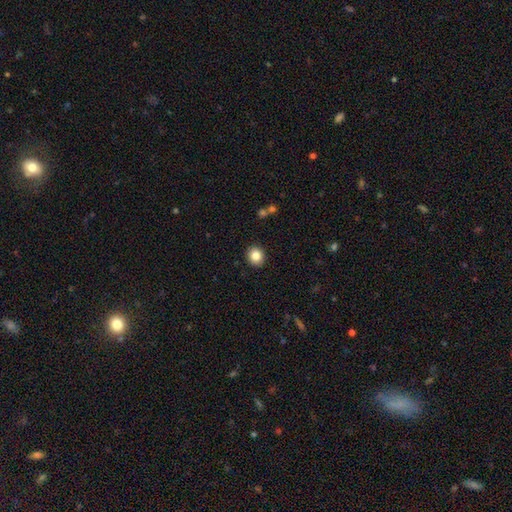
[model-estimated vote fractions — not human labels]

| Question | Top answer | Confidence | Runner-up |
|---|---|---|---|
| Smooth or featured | smooth | 83% | star or artifact (10%) |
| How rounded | round | 84% | in between (15%) |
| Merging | none | 91% | minor disturbance (6%) |